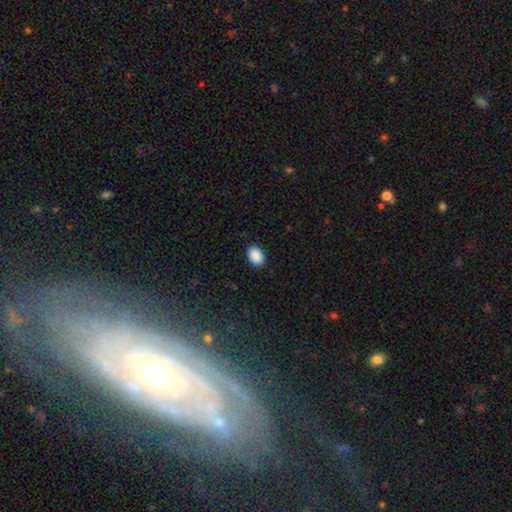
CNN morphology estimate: This is clearly a smooth galaxy (90%). How rounded: clearly in between (83%). Merging: clearly none (89%).